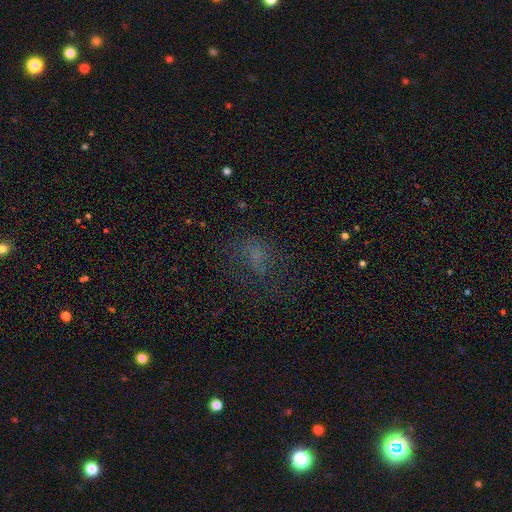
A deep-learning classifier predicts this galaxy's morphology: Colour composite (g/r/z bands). It shows a smooth galaxy with no disk features (48%). Merging: none (50%).